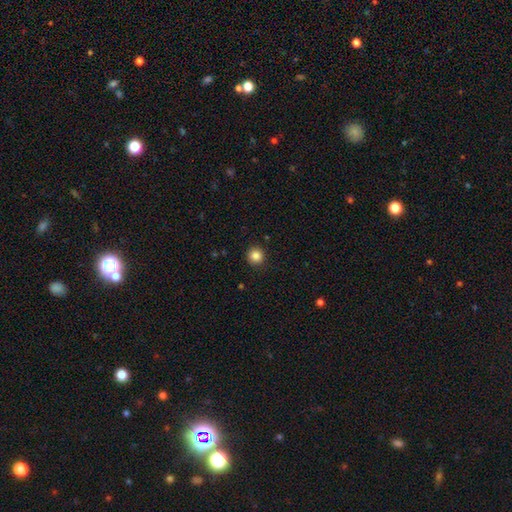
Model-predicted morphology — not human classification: type=smooth (86%); roundness=round (94%); merging=none (91%).